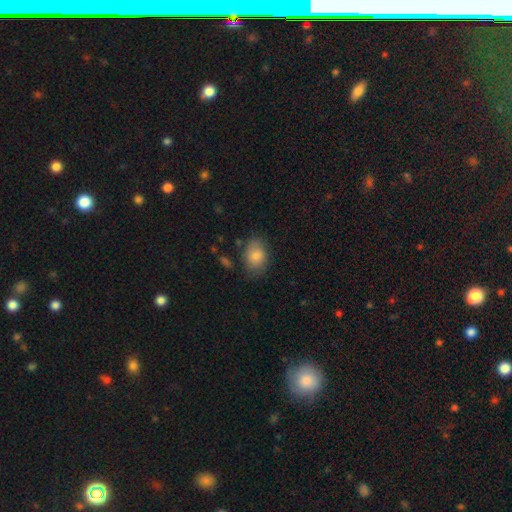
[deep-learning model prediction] The model was most divided on "how rounded": in between: 74%, round: 25%, cigar-shaped: 1%. More confident: smooth or featured — smooth (83%); merging — none (71%).